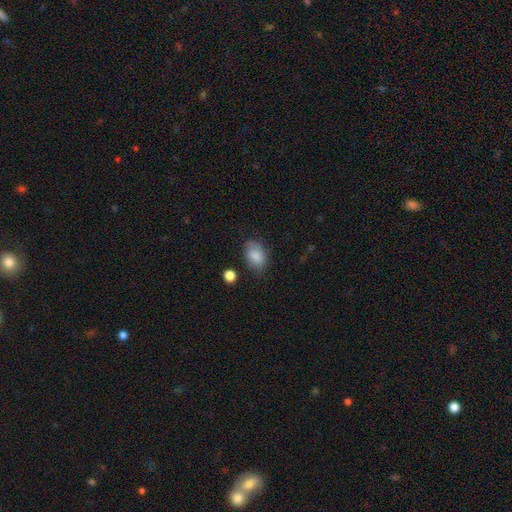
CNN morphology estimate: This appears to be a smooth galaxy with no disk features (81%) that is in between round and cigar-shaped (86%). Merging: none (70%).